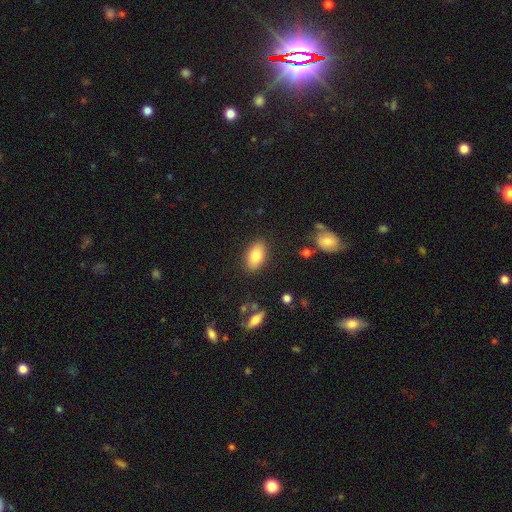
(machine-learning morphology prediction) The model was most divided on "smooth or featured": smooth: 80%, featured or disk: 12%, star or artifact: 8%. More confident: how rounded — in between (91%); merging — none (86%).